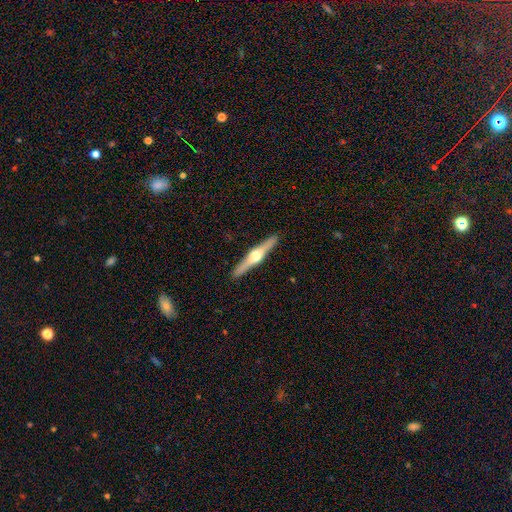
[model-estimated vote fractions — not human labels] Smooth or featured? Predicted: featured or disk (p=0.77). Edge-on disk? Predicted: yes (p=0.98). Edge-on bulge? Predicted: rounded (p=0.96). Merging? Predicted: none (p=0.92).